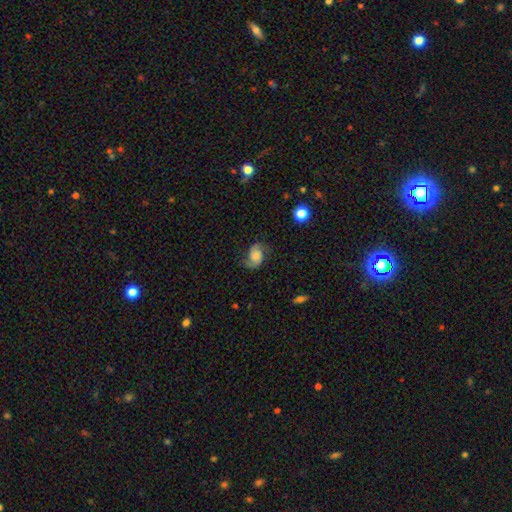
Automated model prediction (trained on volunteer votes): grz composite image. It shows a featured or disk galaxy (66%) with no bar (67%), 2 (90%) loose (49%) spiral arms (94%) and a moderate central bulge (26%). Merging: none (68%).